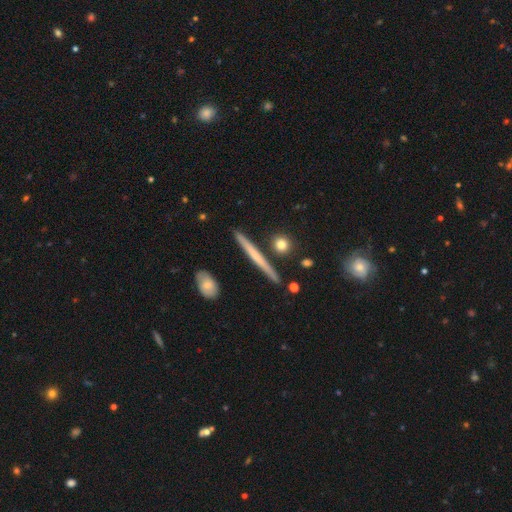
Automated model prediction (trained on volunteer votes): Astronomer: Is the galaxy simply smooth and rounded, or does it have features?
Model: featured or disk — 50% (runner-up: smooth, 43%).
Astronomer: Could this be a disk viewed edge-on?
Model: yes — 96%.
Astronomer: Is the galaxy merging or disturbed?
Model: none — 89%.